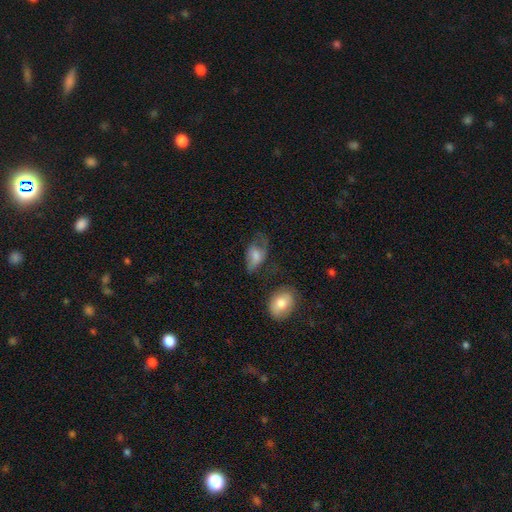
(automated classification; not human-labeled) A smooth galaxy with no disk features (66%) that is in between round and cigar-shaped (88%). Merging: none (38%).